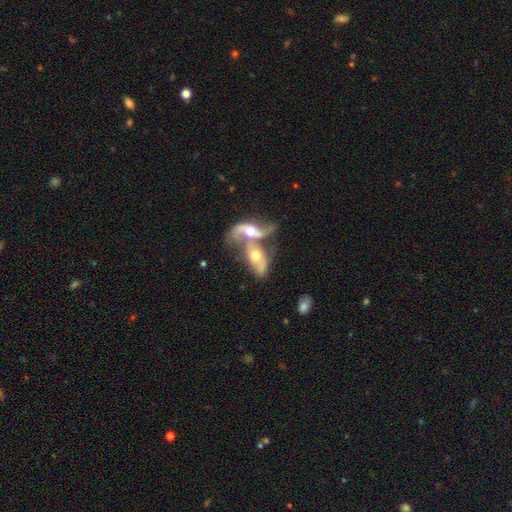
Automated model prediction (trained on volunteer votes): This appears to be a featured or disk galaxy (66%) with no bar (66%), spiral arms (73%) and a moderate central bulge (67%). Merging: merger (79%).